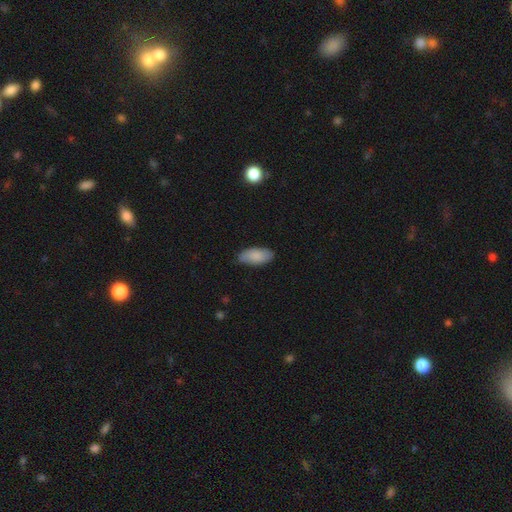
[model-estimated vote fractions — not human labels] Q: Smooth or featured?
A: smooth (85%); runner-up: featured or disk (9%)
Q: How rounded?
A: in between (92%); runner-up: cigar-shaped (6%)
Q: Merging?
A: none (77%); runner-up: minor disturbance (19%)